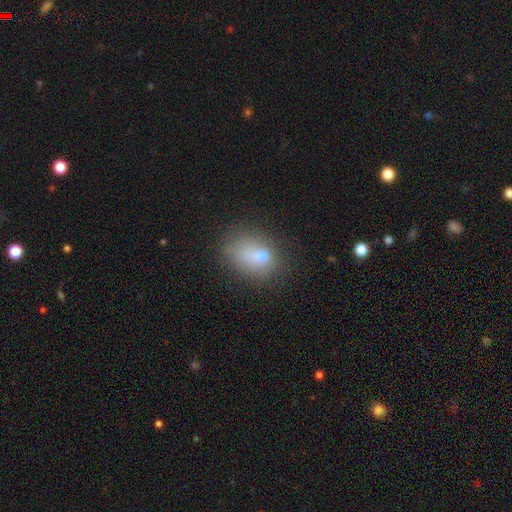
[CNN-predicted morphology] Q: Smooth or featured?
A: smooth (67%); runner-up: featured or disk (18%)
Q: How rounded?
A: in between (67%); runner-up: round (30%)
Q: Merging?
A: none (52%); runner-up: minor disturbance (24%)